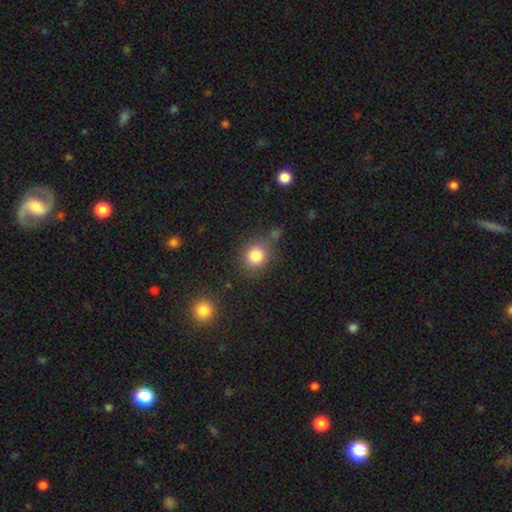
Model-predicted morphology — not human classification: A smooth galaxy with no disk features (83%) that is round (83%).

Vote fractions:
- Smooth or featured? smooth: 83% / star or artifact: 11% / featured or disk: 6%
- How rounded? round: 83% / in between: 16% / cigar-shaped: 1%
- Merging? none: 75% / minor disturbance: 13% / merger: 7% / major disturbance: 5%